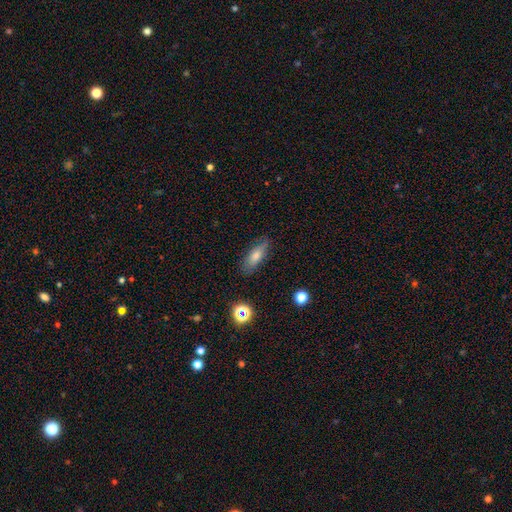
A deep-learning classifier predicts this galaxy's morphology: smooth 64%, featured or disk 23%, star or artifact 12%. Down the decision tree: how rounded — in between (59%); merging — none (82%).